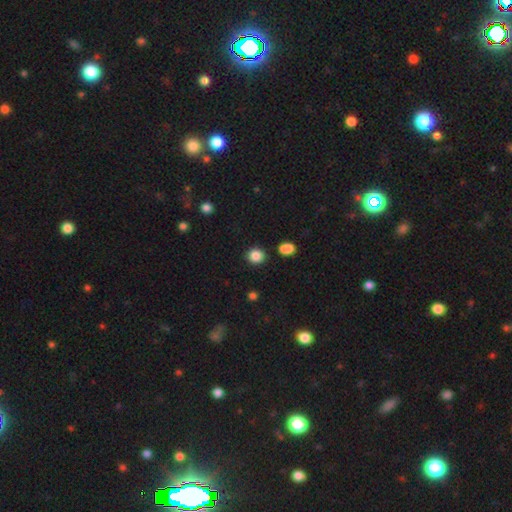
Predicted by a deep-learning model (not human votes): Smooth or featured?
  - smooth: 86% *
  - star or artifact: 10%
  - featured or disk: 3%
How rounded?
  - round: 84% *
  - in between: 15%
  - cigar-shaped: 1%
Merging?
  - none: 86% *
  - minor disturbance: 7%
  - merger: 4%
  - major disturbance: 2%